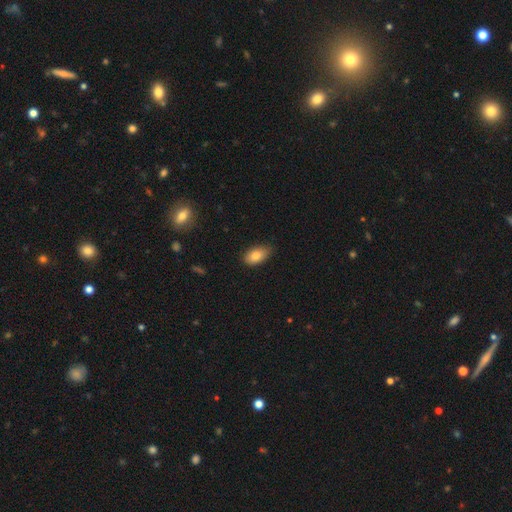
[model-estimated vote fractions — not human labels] A smooth galaxy with no disk features (82%) that is in between round and cigar-shaped (91%).

Vote fractions:
- Smooth or featured? smooth: 82% / featured or disk: 10% / star or artifact: 8%
- How rounded? in between: 91% / round: 6% / cigar-shaped: 2%
- Merging? none: 73% / minor disturbance: 23% / major disturbance: 3% / merger: 1%